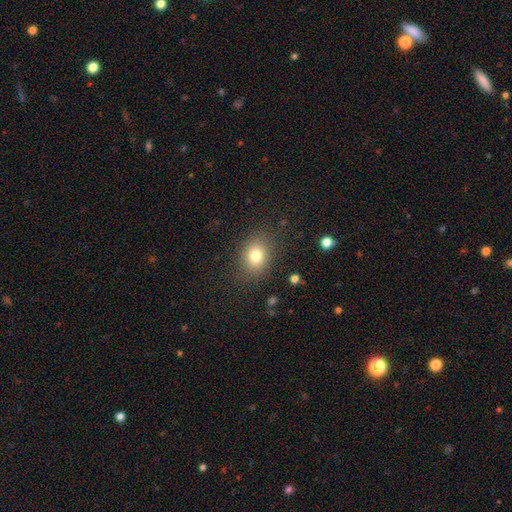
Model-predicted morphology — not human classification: smooth_or_featured: smooth (p=0.78) [alt: star or artifact p=0.12]
how_rounded: in between (p=0.50) [alt: round p=0.49]
merging: none (p=0.84) [alt: minor disturbance p=0.10]